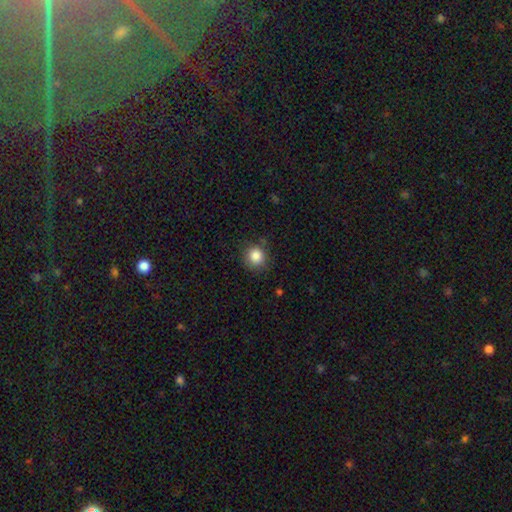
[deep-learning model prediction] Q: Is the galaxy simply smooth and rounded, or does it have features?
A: smooth — 86%.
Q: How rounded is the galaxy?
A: round — 88%.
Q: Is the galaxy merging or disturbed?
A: none — 82%.